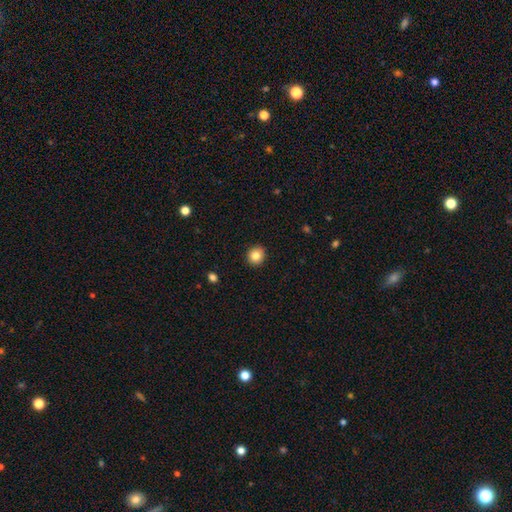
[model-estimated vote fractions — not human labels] Smooth or featured?
  - smooth: 84% *
  - star or artifact: 10%
  - featured or disk: 6%
How rounded?
  - round: 85% *
  - in between: 14%
  - cigar-shaped: 1%
Merging?
  - none: 92% *
  - minor disturbance: 6%
  - major disturbance: 2%
  - merger: 1%